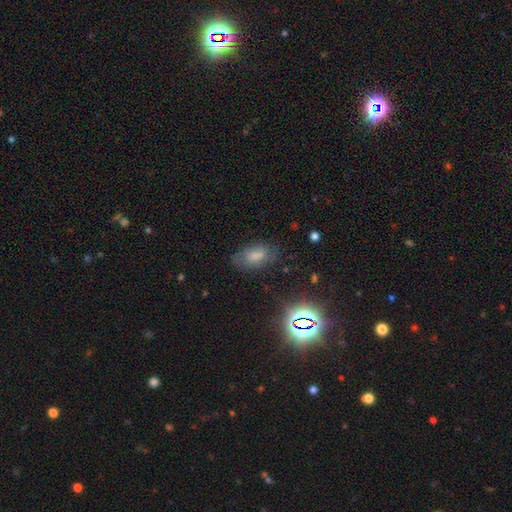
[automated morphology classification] A smooth galaxy with no disk features (67%) that is in between round and cigar-shaped (89%).

Vote fractions:
- Smooth or featured? smooth: 67% / star or artifact: 17% / featured or disk: 16%
- How rounded? in between: 89% / round: 7% / cigar-shaped: 3%
- Merging? none: 65% / minor disturbance: 21% / major disturbance: 7% / merger: 7%